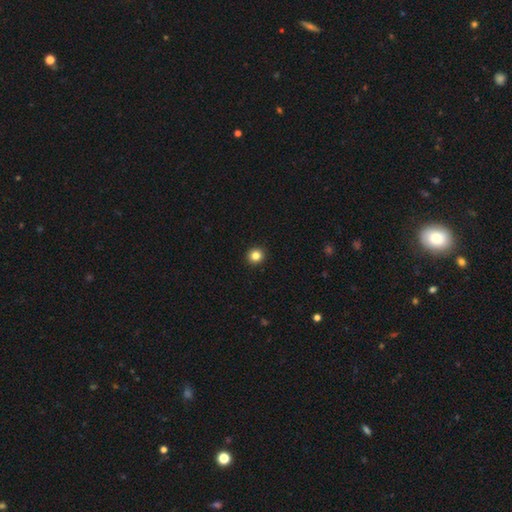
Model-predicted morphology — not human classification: smooth-or-featured: smooth: 83% | star or artifact: 12% | featured or disk: 5%
  how-rounded: round: 92% | in between: 7% | cigar-shaped: 1%
  merging: none: 94% | minor disturbance: 4% | major disturbance: 1% | merger: 1%